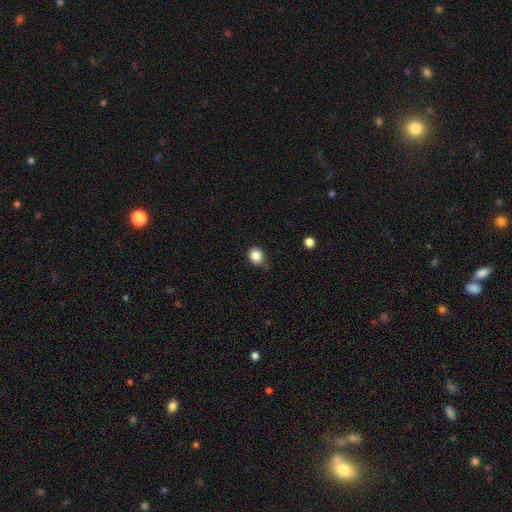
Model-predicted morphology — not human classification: Smooth or featured?
  - smooth: 85% *
  - star or artifact: 11%
  - featured or disk: 5%
How rounded?
  - round: 77% *
  - in between: 22%
  - cigar-shaped: 1%
Merging?
  - none: 72% *
  - minor disturbance: 23%
  - major disturbance: 4%
  - merger: 2%